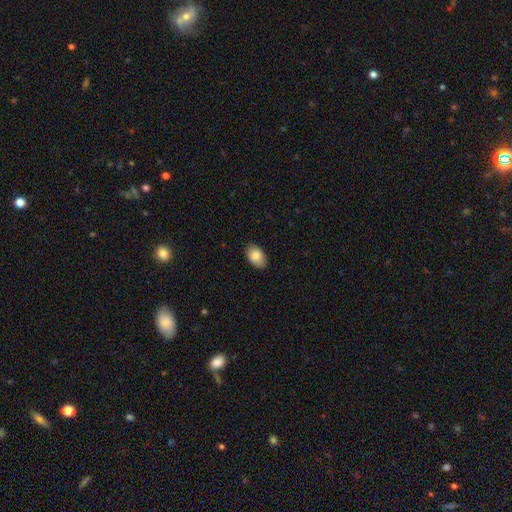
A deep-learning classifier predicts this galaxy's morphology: Overall: smooth (85%). How rounded: in between (89%). Merging: none (87%).